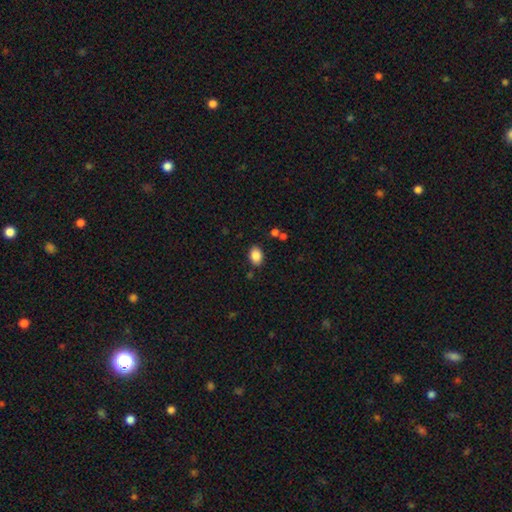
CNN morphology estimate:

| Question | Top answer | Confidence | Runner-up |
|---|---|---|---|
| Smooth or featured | smooth | 87% | star or artifact (9%) |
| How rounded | in between | 79% | round (20%) |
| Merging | none | 84% | minor disturbance (10%) |